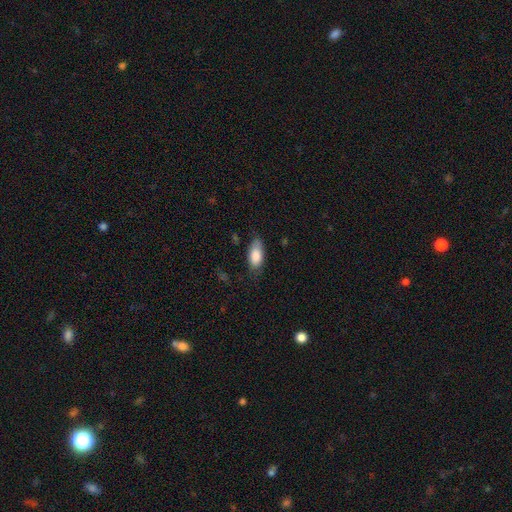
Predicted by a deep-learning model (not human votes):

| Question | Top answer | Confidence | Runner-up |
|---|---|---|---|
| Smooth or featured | smooth | 84% | featured or disk (10%) |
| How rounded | in between | 89% | cigar-shaped (8%) |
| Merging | none | 64% | minor disturbance (27%) |